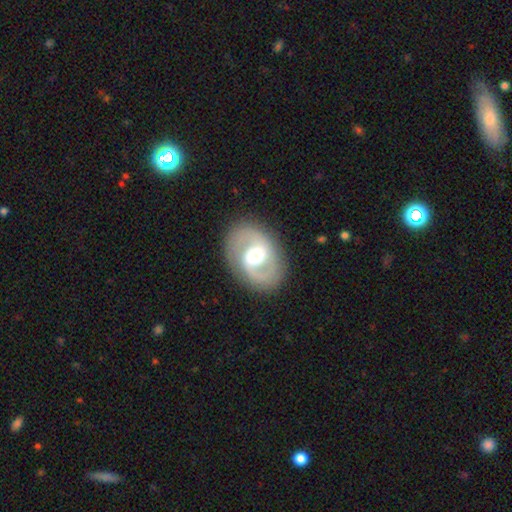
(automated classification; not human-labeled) featured or disk 79%, smooth 15%, star or artifact 5%. Down the decision tree: edge-on disk — no (97%); bar — weak (52%); spiral arms — yes (84%); spiral arm count — 2 (90%); spiral winding — medium (52%); bulge size — moderate (69%); merging — none (85%).